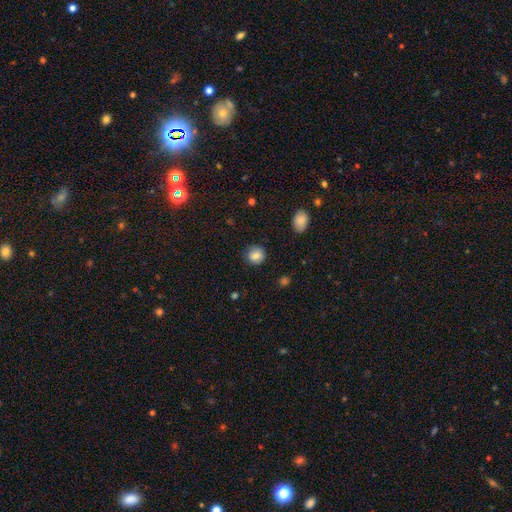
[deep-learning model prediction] Smooth or featured?
  - smooth: 82% *
  - star or artifact: 9%
  - featured or disk: 9%
How rounded?
  - round: 88% *
  - in between: 11%
  - cigar-shaped: 1%
Merging?
  - none: 85% *
  - minor disturbance: 10%
  - major disturbance: 3%
  - merger: 1%